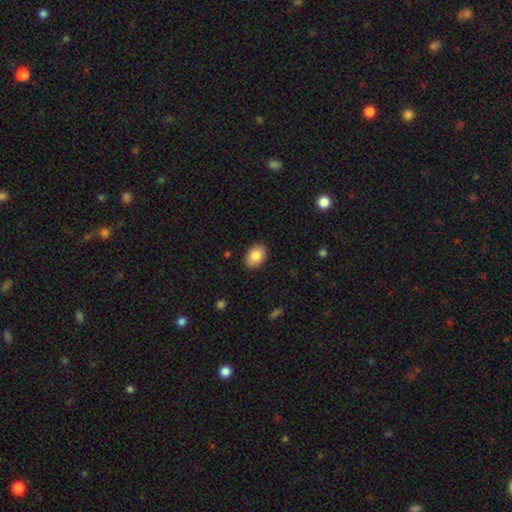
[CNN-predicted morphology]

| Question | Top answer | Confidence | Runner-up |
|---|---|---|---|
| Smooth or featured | smooth | 85% | featured or disk (8%) |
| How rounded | in between | 81% | round (18%) |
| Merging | none | 88% | minor disturbance (9%) |